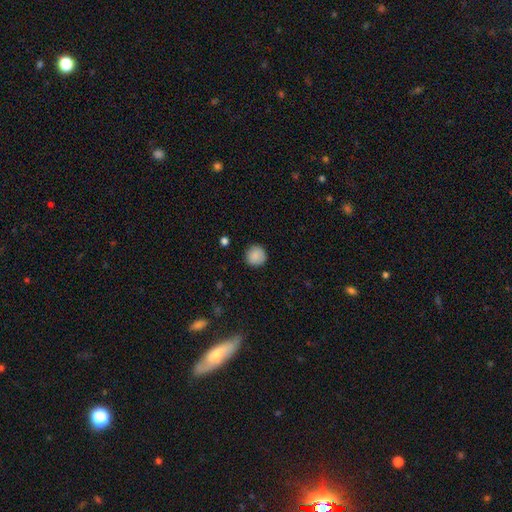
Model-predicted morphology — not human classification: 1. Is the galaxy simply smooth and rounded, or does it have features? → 88% smooth, 8% star or artifact, 4% featured or disk.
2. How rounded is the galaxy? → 94% round, 5% in between, 1% cigar-shaped.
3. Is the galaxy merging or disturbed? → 89% none, 8% minor disturbance, 2% major disturbance, 1% merger.